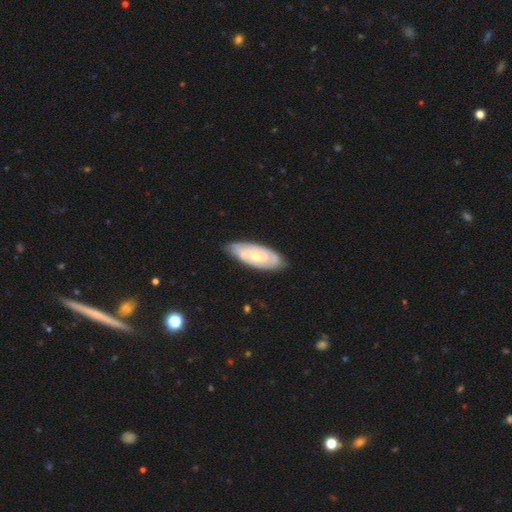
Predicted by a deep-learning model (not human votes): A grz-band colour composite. It shows a featured or disk galaxy (75%) with no bar (64%), 2 (44%) tight (67%) spiral arms (88%) and a moderate central bulge (56%). Merging: none (79%).